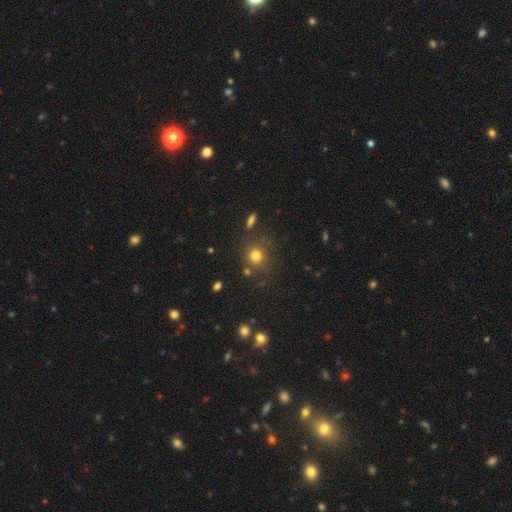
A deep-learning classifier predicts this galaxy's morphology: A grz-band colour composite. It shows a smooth galaxy with no disk features (77%) that is round (89%). Merging: none (79%).